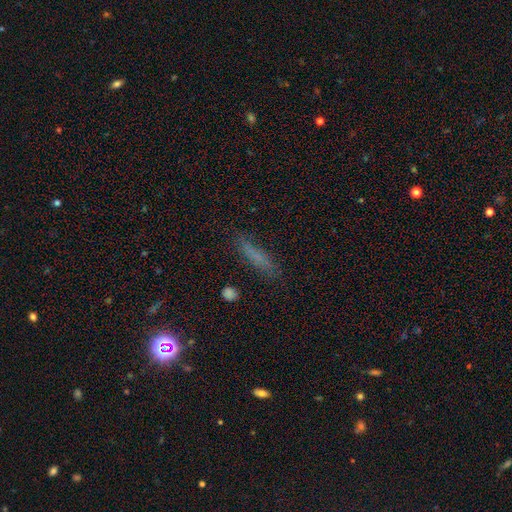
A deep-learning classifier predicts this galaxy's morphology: Smooth or featured? smooth (60%)
How rounded? cigar-shaped (79%)
Merging? none (76%)